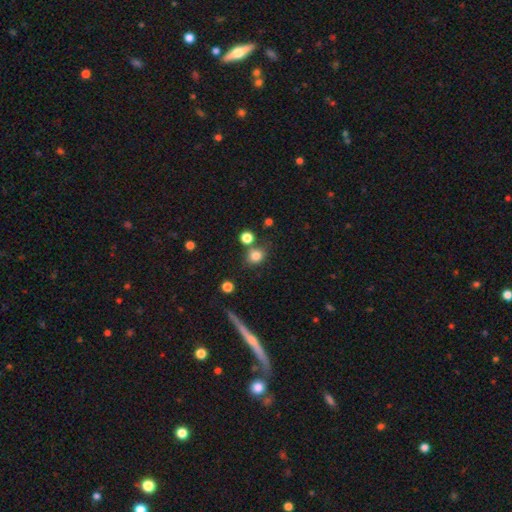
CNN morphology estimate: Smooth or featured? smooth (80%)
How rounded? round (76%)
Merging? none (71%)